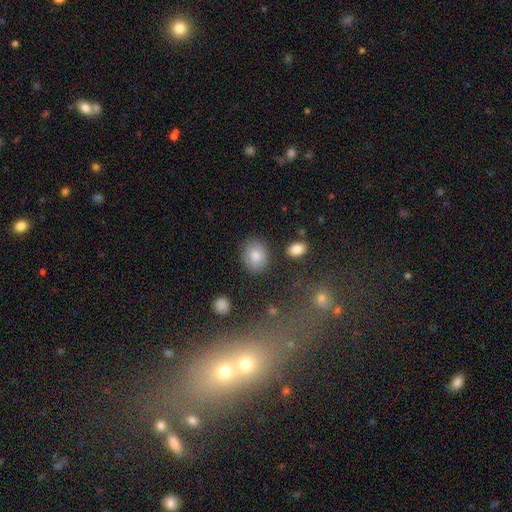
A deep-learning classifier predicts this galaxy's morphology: smooth 80%, featured or disk 11%, star or artifact 9%. Down the decision tree: how rounded — round (57%); merging — none (84%).